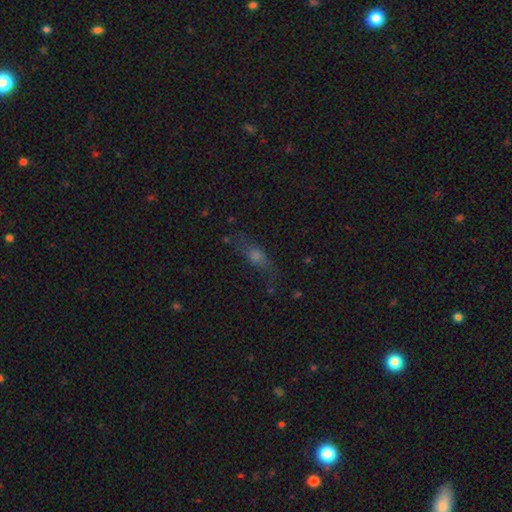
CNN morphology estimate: The model was most divided on "smooth or featured": smooth: 47%, featured or disk: 34%, star or artifact: 19%. More confident: merging — none (66%).